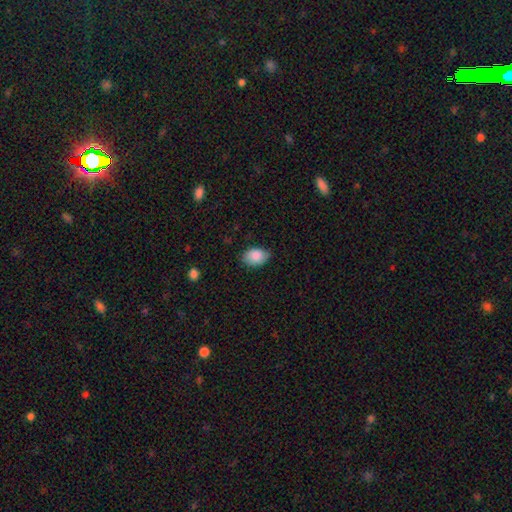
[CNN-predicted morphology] type=smooth (87%); roundness=in between (82%); merging=none (77%).